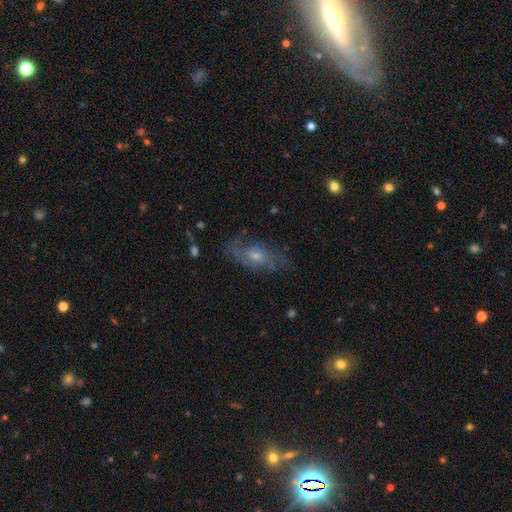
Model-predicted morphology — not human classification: smooth-or-featured: featured or disk: 68% | smooth: 21% | star or artifact: 11%
  disk-edge-on: no: 90% | yes: 10%
    bar: no: 72% | weak: 24% | strong: 4%
    has-spiral-arms: yes: 81% | no: 19%
    bulge-size: moderate: 49% | small: 41% | large: 5% | none: 3% | dominant: 1%
  merging: none: 67% | minor disturbance: 19% | major disturbance: 12% | merger: 2%